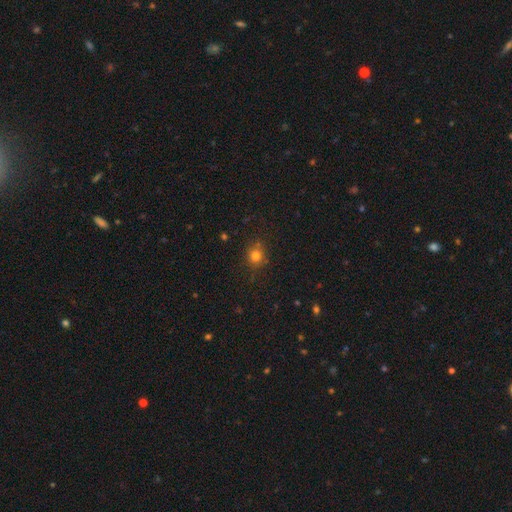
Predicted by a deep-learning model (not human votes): smooth_or_featured: smooth (p=0.79) [alt: star or artifact p=0.15]
how_rounded: round (p=0.81) [alt: in between p=0.18]
merging: none (p=0.81) [alt: minor disturbance p=0.13]